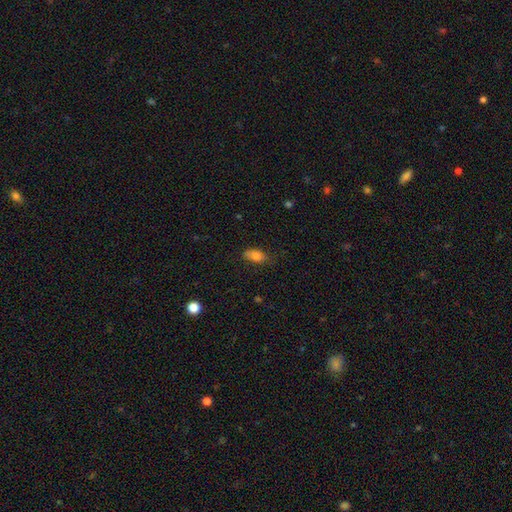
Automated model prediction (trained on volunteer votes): Morphology: type=smooth (82%); roundness=in between (86%); merging=none (71%).